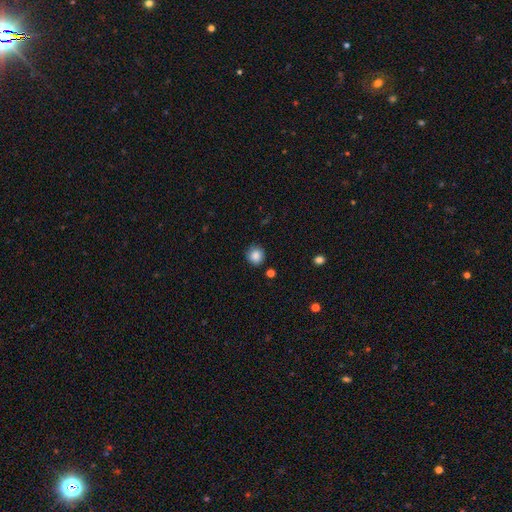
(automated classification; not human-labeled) Morphology: type=smooth (86%); roundness=round (91%); merging=none (86%).